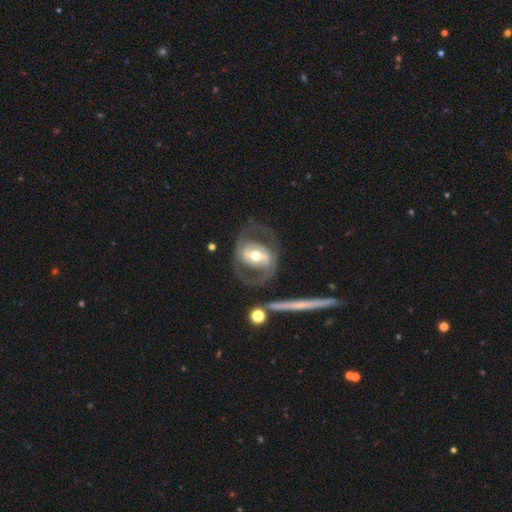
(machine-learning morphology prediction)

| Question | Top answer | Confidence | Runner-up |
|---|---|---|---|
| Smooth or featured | featured or disk | 78% | smooth (17%) |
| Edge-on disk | no | 95% | yes (5%) |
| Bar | strong | 44% | weak (30%) |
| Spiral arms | yes | 64% | no (36%) |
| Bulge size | moderate | 71% | small (17%) |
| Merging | none | 66% | major disturbance (16%) |